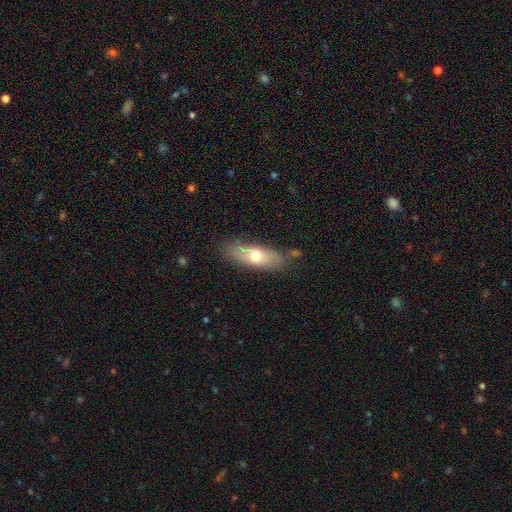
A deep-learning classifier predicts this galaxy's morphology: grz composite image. It shows a smooth galaxy with no disk features (62%) that is in between round and cigar-shaped (63%). Merging: none (76%).